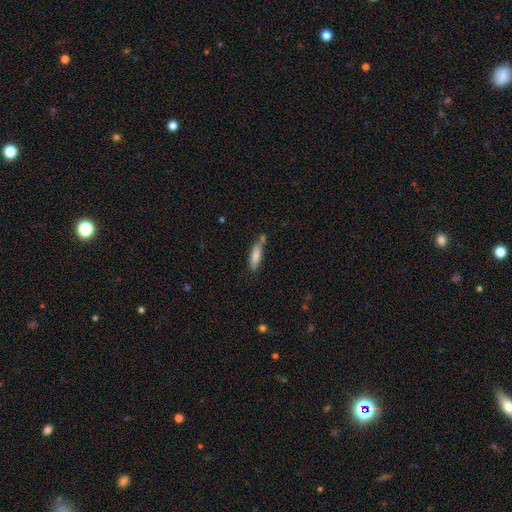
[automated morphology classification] Smooth or featured?
  - smooth: 79% *
  - featured or disk: 15%
  - star or artifact: 7%
How rounded?
  - cigar-shaped: 67% *
  - in between: 31%
  - round: 2%
Merging?
  - none: 60% *
  - minor disturbance: 18%
  - merger: 17%
  - major disturbance: 5%